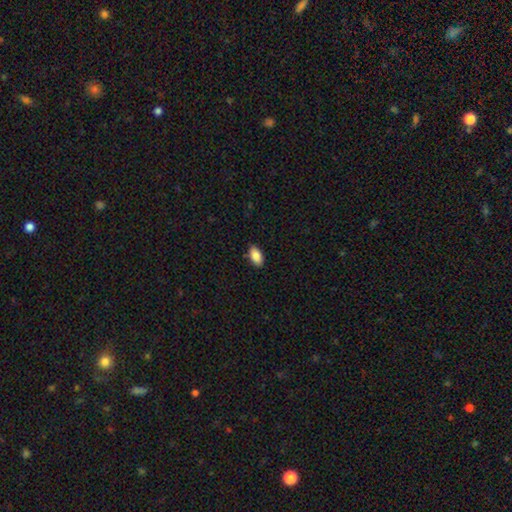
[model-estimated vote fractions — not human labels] smooth_or_featured: smooth (p=0.87) [alt: star or artifact p=0.07]
how_rounded: in between (p=0.93) [alt: round p=0.04]
merging: none (p=0.88) [alt: minor disturbance p=0.09]